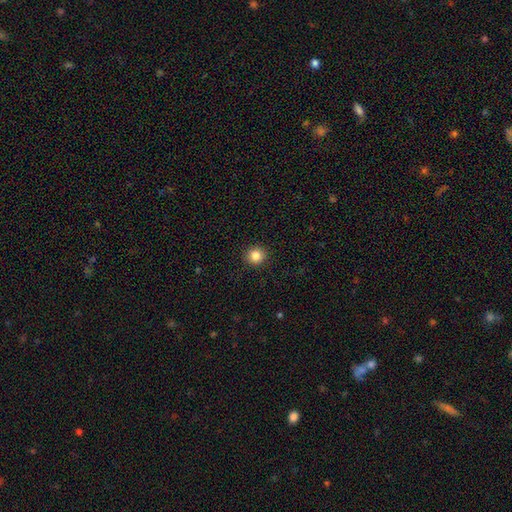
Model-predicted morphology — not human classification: Smooth or featured?
  - smooth: 85% *
  - star or artifact: 11%
  - featured or disk: 4%
How rounded?
  - round: 92% *
  - in between: 8%
  - cigar-shaped: 1%
Merging?
  - none: 92% *
  - minor disturbance: 5%
  - major disturbance: 2%
  - merger: 1%